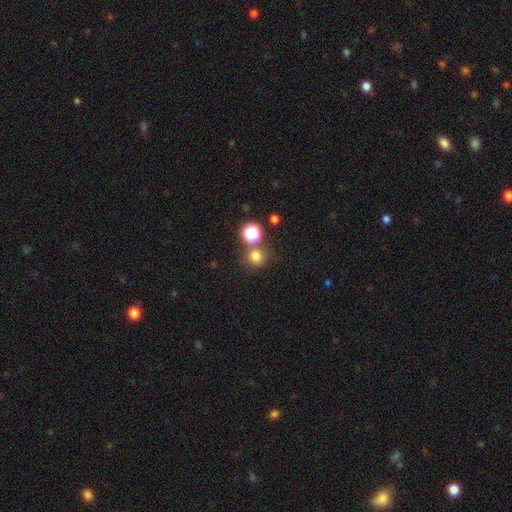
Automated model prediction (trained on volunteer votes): Morphology: type=smooth (76%); roundness=round (90%); merging=none (70%).